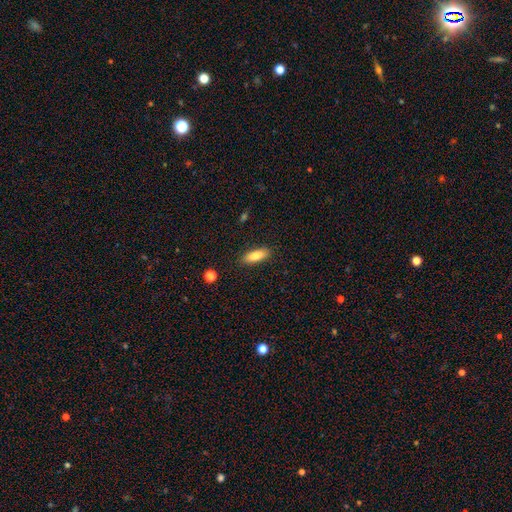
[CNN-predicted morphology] A smooth galaxy with no disk features (81%) that is in between round and cigar-shaped (67%).

Vote fractions:
- Smooth or featured? smooth: 81% / featured or disk: 12% / star or artifact: 7%
- How rounded? in between: 67% / cigar-shaped: 31% / round: 2%
- Merging? none: 88% / minor disturbance: 9% / major disturbance: 2% / merger: 1%